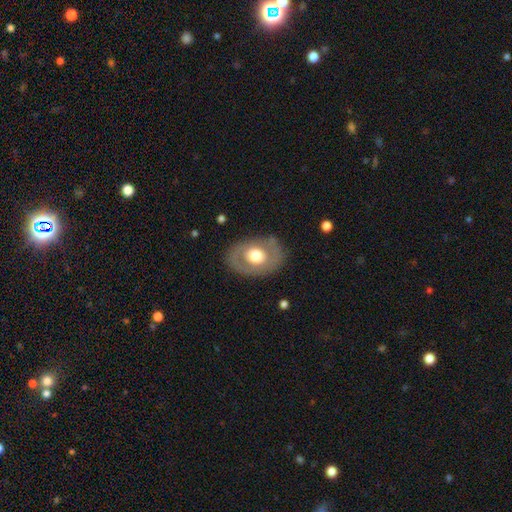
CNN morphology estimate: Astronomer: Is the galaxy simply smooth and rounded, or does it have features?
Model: smooth — 50% (runner-up: featured or disk, 45%).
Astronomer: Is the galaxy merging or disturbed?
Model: none — 78%.